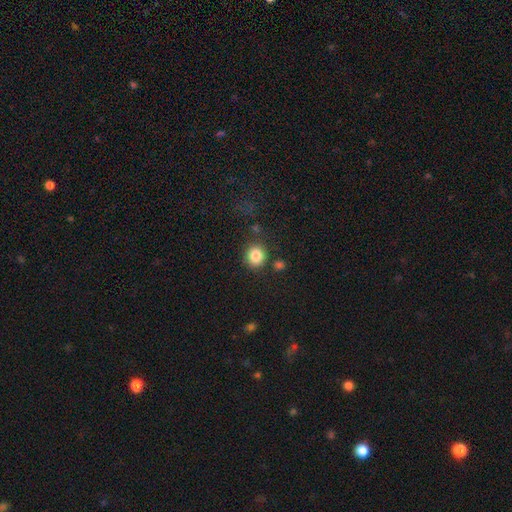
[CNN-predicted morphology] Overall: smooth (84%). How rounded: round (84%). Merging: none (80%).